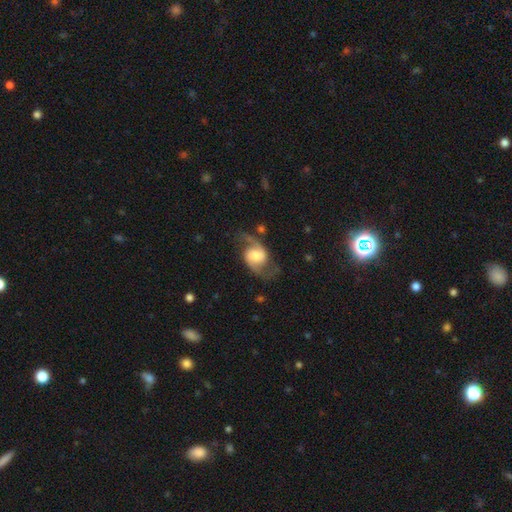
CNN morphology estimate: smooth-or-featured: featured or disk: 82% | smooth: 12% | star or artifact: 6%
  disk-edge-on: no: 97% | yes: 3%
    bar: no: 44% | weak: 42% | strong: 14%
    has-spiral-arms: yes: 95% | no: 5%
      spiral-winding: loose: 51% | medium: 40% | tight: 9%
      spiral-arm-count: 2: 91% | 1: 4% | can't tell: 3% | 3: 1% | 4: 1% | more than 4: 1%
    bulge-size: moderate: 39% | large: 28% | small: 21% | none: 7% | dominant: 5%
  merging: none: 68% | minor disturbance: 18% | major disturbance: 13% | merger: 2%